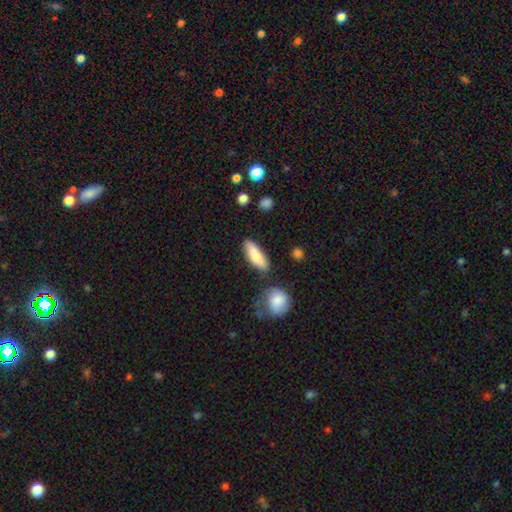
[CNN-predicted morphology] type=smooth (80%); roundness=in between (58%); merging=none (74%).